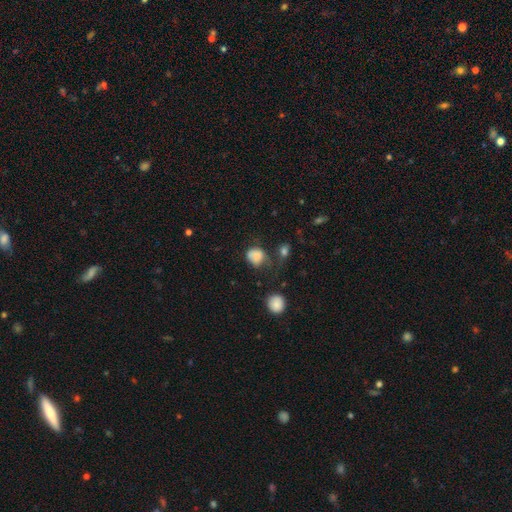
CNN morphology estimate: type=smooth (81%); roundness=round (67%); merging=none (47%).